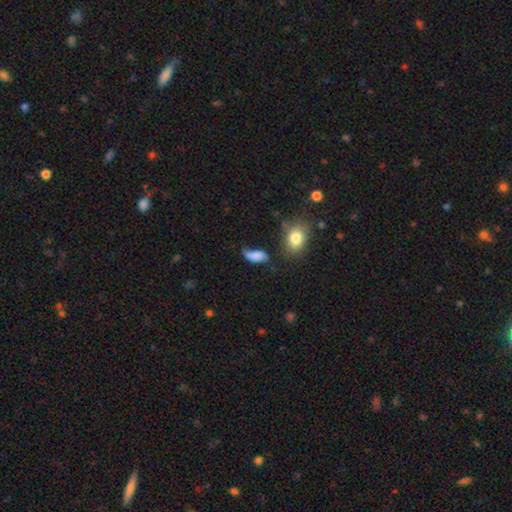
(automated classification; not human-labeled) Overall: smooth (73%). How rounded: in between (82%). Merging: none (40%; minor disturbance 32%).